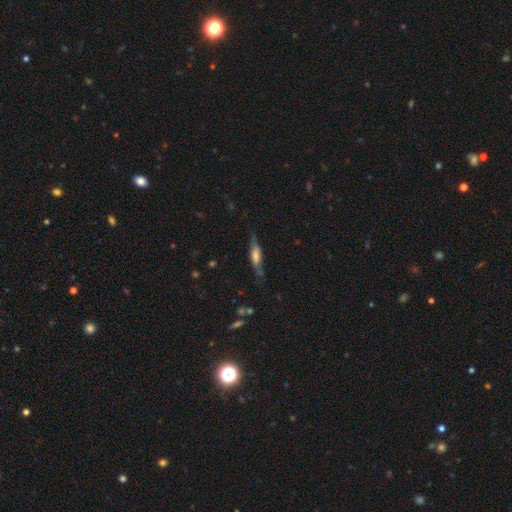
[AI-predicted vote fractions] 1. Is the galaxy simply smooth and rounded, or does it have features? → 50% featured or disk, 42% smooth, 7% star or artifact.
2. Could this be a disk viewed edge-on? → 82% yes, 18% no.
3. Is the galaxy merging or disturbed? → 72% none, 20% minor disturbance, 7% major disturbance, 2% merger.